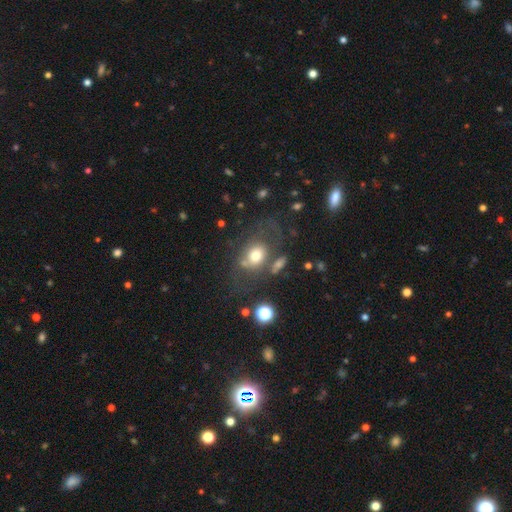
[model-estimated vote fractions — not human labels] Morphology: type=smooth (65%); roundness=in between (58%); merging=none (45%).